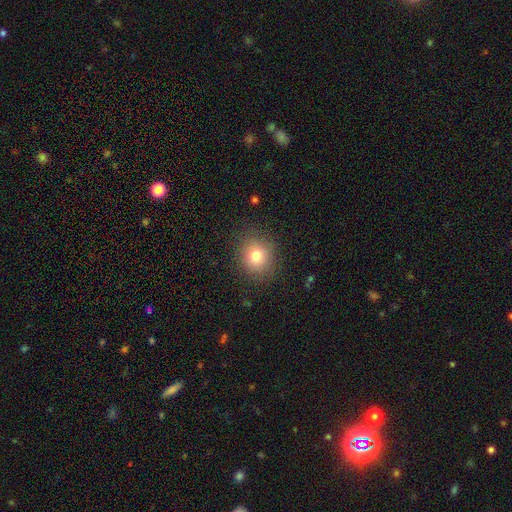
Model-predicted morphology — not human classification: smooth_or_featured: smooth (p=0.78) [alt: star or artifact p=0.12]
how_rounded: round (p=0.80) [alt: in between p=0.19]
merging: none (p=0.85) [alt: minor disturbance p=0.10]